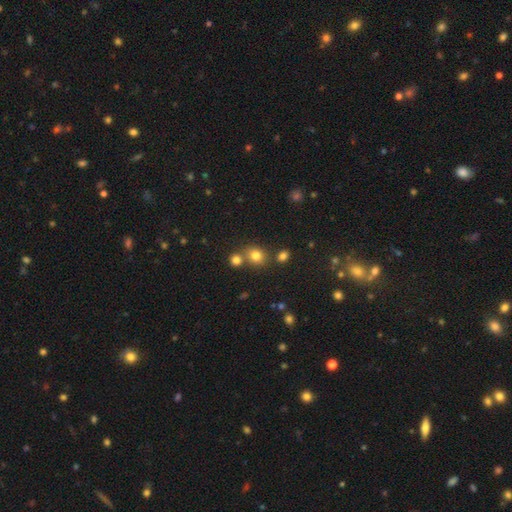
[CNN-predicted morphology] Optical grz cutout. It shows a smooth galaxy with no disk features (77%) that is round (72%). Merging: none (63%).